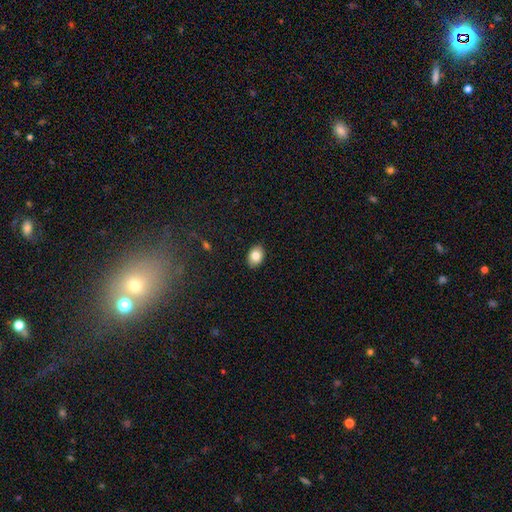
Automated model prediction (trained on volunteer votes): The model was most divided on "how rounded": in between: 80%, round: 19%, cigar-shaped: 1%. More confident: merging — none (89%); smooth or featured — smooth (82%).